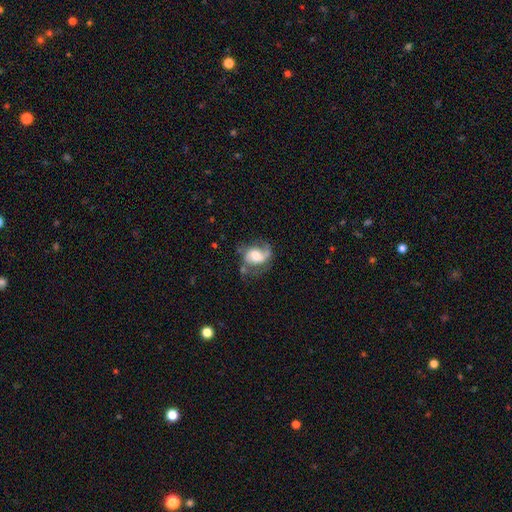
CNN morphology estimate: This appears to be a featured or disk galaxy (69%) with no bar (56%), 2 (64%) medium (43%) spiral arms (89%) and a moderate central bulge (56%). Merging: none (49%).